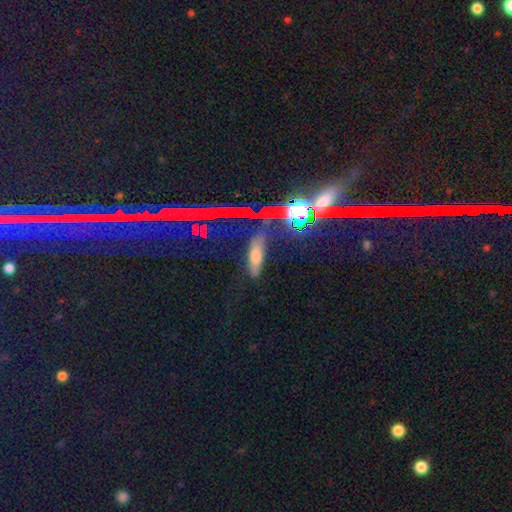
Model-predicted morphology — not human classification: Smooth or featured? smooth (43%)
Merging? none (73%)